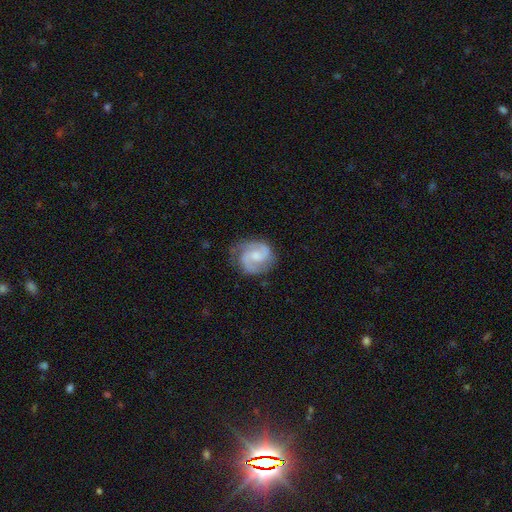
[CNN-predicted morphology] featured or disk 86%, smooth 9%, star or artifact 5%. Down the decision tree: edge-on disk — no (98%); bar — no (48%); spiral arms — yes (97%); spiral arm count — 2 (91%); spiral winding — medium (55%); bulge size — moderate (42%); merging — none (75%).